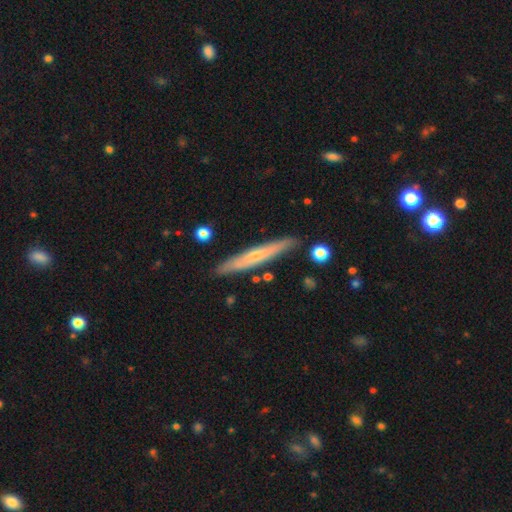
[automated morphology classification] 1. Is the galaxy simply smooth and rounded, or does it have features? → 47% featured or disk (tied), 47% smooth (tied), 6% star or artifact.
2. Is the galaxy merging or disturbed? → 87% none, 9% minor disturbance, 2% merger, 2% major disturbance.